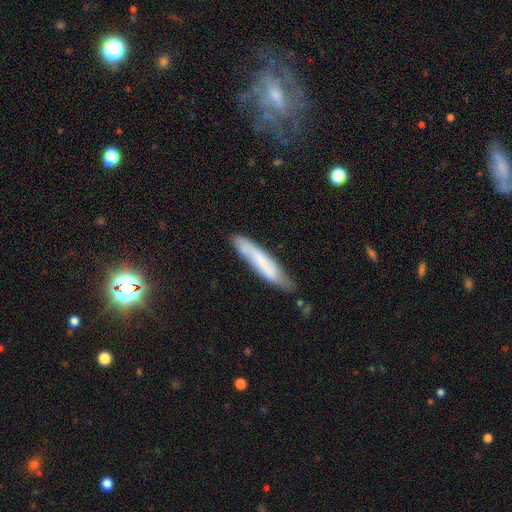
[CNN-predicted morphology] smooth-or-featured: smooth: 55% | featured or disk: 35% | star or artifact: 10%
  how-rounded: cigar-shaped: 88% | in between: 11% | round: 2%
  merging: none: 65% | minor disturbance: 25% | major disturbance: 6% | merger: 3%